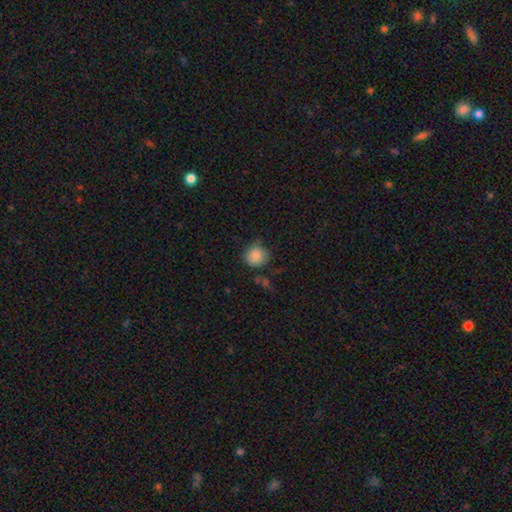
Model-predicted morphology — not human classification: Smooth or featured?
  - smooth: 86% *
  - star or artifact: 9%
  - featured or disk: 5%
How rounded?
  - round: 86% *
  - in between: 13%
  - cigar-shaped: 1%
Merging?
  - none: 67% *
  - minor disturbance: 24%
  - major disturbance: 6%
  - merger: 4%